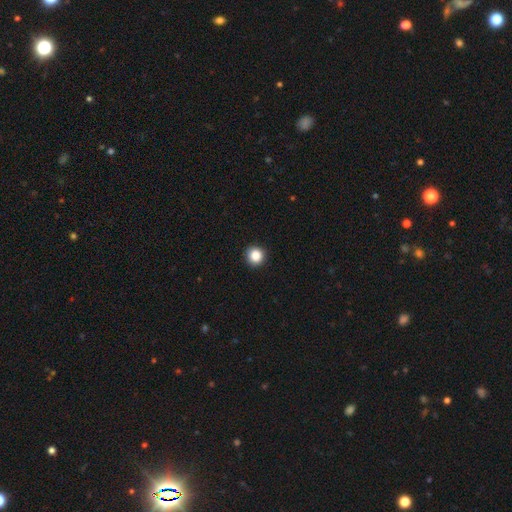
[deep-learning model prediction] smooth 86%, star or artifact 10%, featured or disk 4%. Down the decision tree: how rounded — round (95%); merging — none (93%).